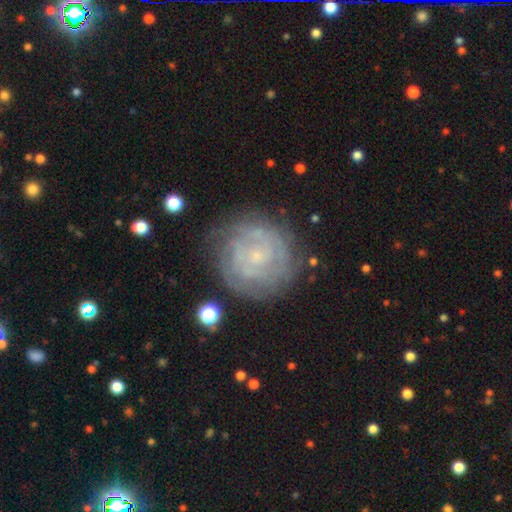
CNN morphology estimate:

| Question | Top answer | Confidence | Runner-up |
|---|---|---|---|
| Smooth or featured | featured or disk | 72% | smooth (20%) |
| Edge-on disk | no | 98% | yes (2%) |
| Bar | no | 74% | weak (21%) |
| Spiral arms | yes | 83% | no (17%) |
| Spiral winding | tight | 74% | medium (19%) |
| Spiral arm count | can't tell | 50% | 2 (18%) |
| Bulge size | small | 75% | moderate (13%) |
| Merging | none | 77% | minor disturbance (15%) |